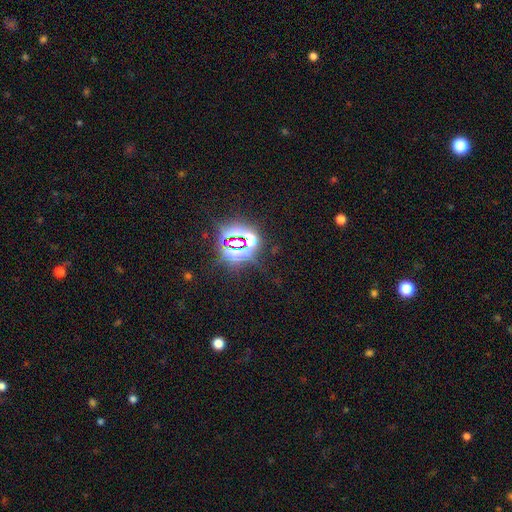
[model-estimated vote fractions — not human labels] Q: Smooth or featured?
A: star or artifact (82%); runner-up: smooth (11%)